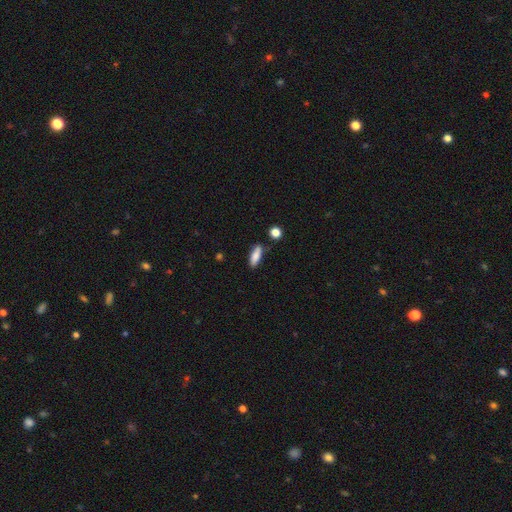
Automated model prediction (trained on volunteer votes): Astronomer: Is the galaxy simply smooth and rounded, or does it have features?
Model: smooth — 83%.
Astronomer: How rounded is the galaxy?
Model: in between — 55% (runner-up: cigar-shaped, 42%).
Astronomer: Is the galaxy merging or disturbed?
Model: none — 76%.